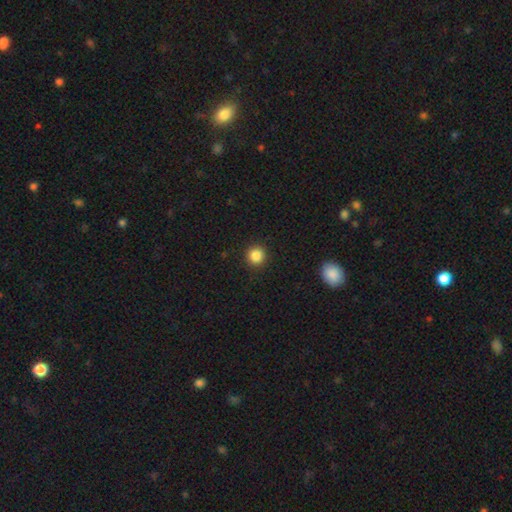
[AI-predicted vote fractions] Overall: smooth (86%). How rounded: round (94%). Merging: none (92%).